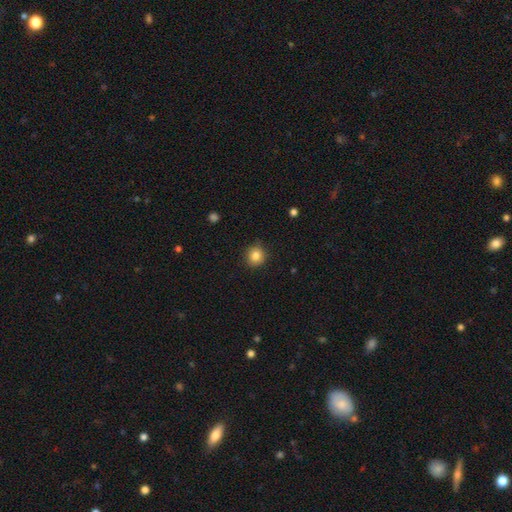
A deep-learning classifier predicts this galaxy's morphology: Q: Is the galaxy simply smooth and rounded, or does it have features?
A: smooth — 83%.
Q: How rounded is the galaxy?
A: round — 90%.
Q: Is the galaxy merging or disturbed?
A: none — 86%.